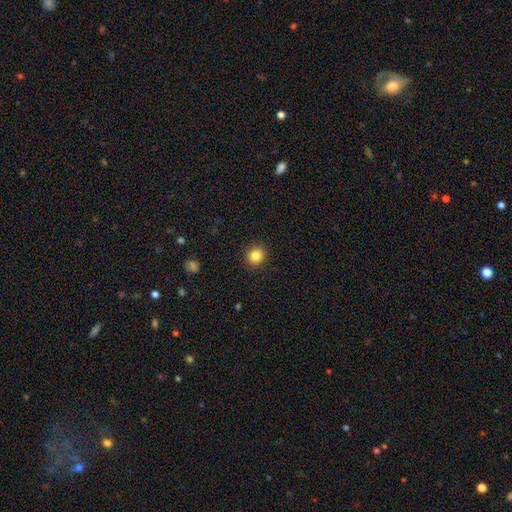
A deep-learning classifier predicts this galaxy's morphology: A smooth galaxy with no disk features (84%) that is round (89%). Merging: none (91%).